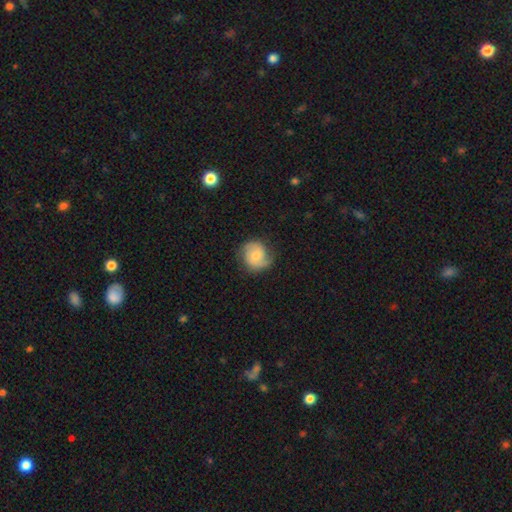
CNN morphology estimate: This is possibly a featured or disk galaxy (50%). Merging: likely none (73%).